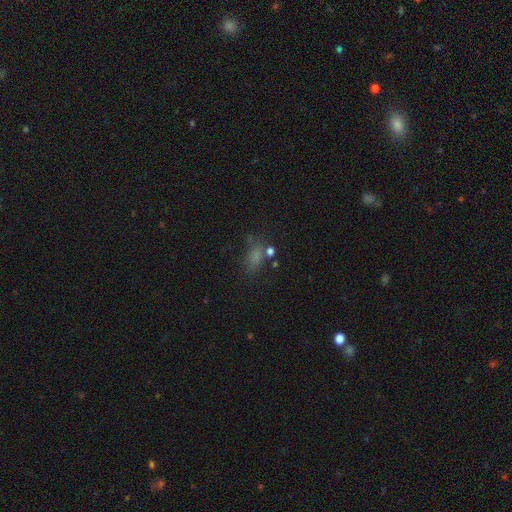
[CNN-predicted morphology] The model was most divided on "merging": none: 58%, minor disturbance: 20%, major disturbance: 12%, merger: 10%. More confident: how rounded — in between (77%); smooth or featured — smooth (66%).